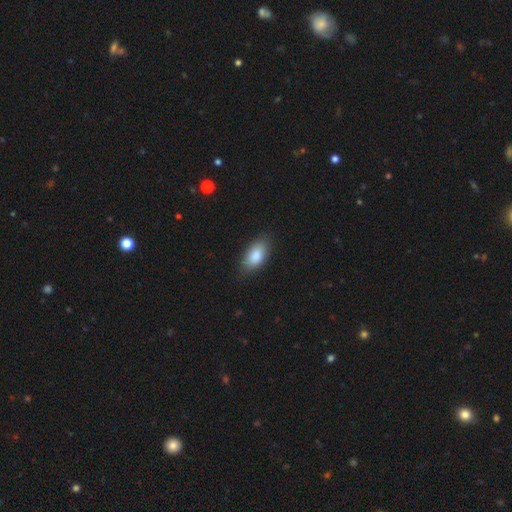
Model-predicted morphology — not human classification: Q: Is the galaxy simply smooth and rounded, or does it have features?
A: smooth — 86%.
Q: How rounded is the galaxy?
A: in between — 92%.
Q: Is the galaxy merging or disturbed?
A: none — 81%.